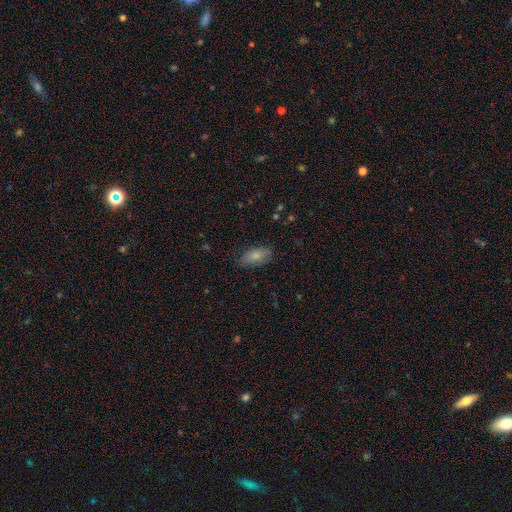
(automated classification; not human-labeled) Overall: smooth (81%). How rounded: in between (90%). Merging: none (78%).